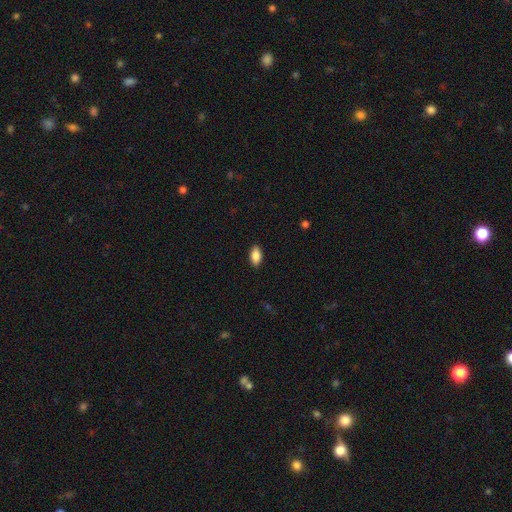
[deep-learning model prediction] Smooth or featured?
  - smooth: 88% *
  - star or artifact: 7%
  - featured or disk: 5%
How rounded?
  - in between: 93% *
  - cigar-shaped: 4%
  - round: 4%
Merging?
  - none: 89% *
  - minor disturbance: 8%
  - major disturbance: 2%
  - merger: 1%